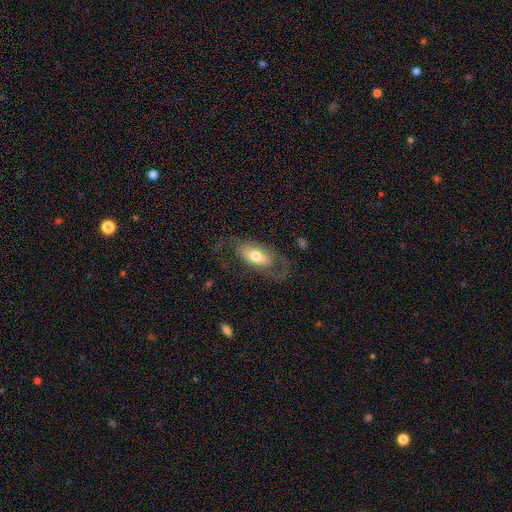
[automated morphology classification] smooth_or_featured: featured or disk (p=0.47) [alt: smooth p=0.46]
merging: none (p=0.50) [alt: major disturbance p=0.30]